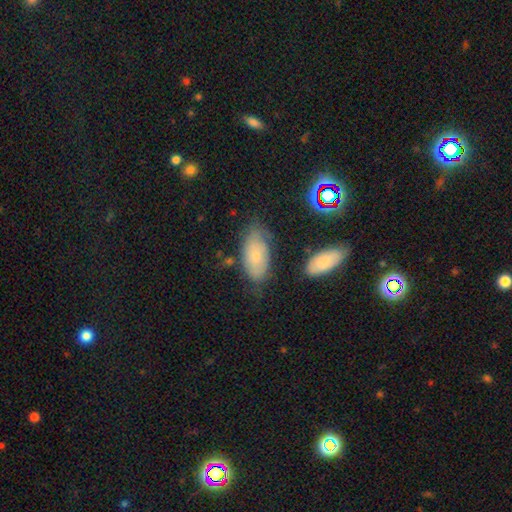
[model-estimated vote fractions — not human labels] smooth_or_featured: smooth (p=0.62) [alt: featured or disk p=0.28]
how_rounded: in between (p=0.92) [alt: cigar-shaped p=0.04]
merging: none (p=0.61) [alt: minor disturbance p=0.26]